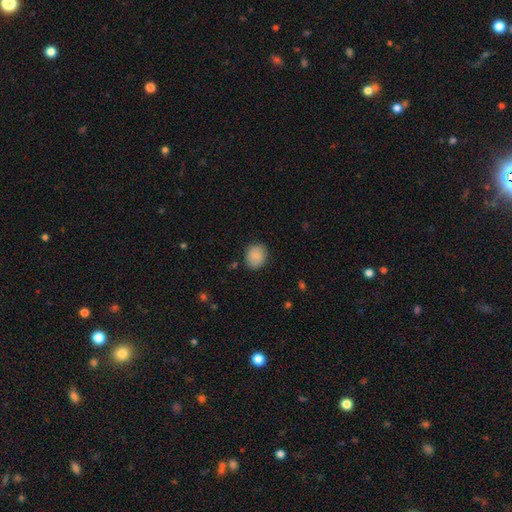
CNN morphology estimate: Smooth or featured?
  - smooth: 86% *
  - star or artifact: 8%
  - featured or disk: 7%
How rounded?
  - round: 71% *
  - in between: 28%
  - cigar-shaped: 1%
Merging?
  - none: 83% *
  - minor disturbance: 13%
  - major disturbance: 3%
  - merger: 1%